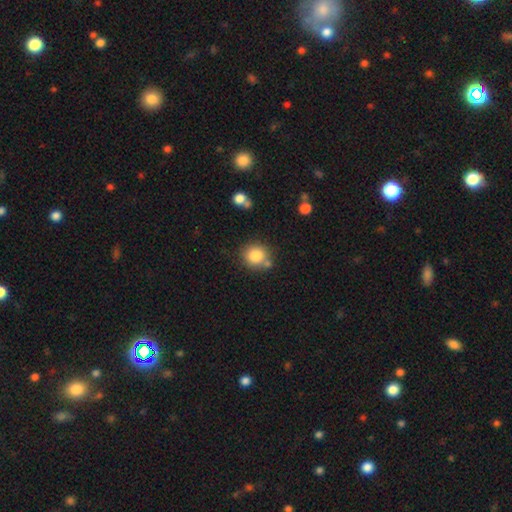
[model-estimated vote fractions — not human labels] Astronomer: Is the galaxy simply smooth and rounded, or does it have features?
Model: smooth — 83%.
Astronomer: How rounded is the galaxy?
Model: round — 86%.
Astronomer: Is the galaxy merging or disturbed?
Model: none — 71%.